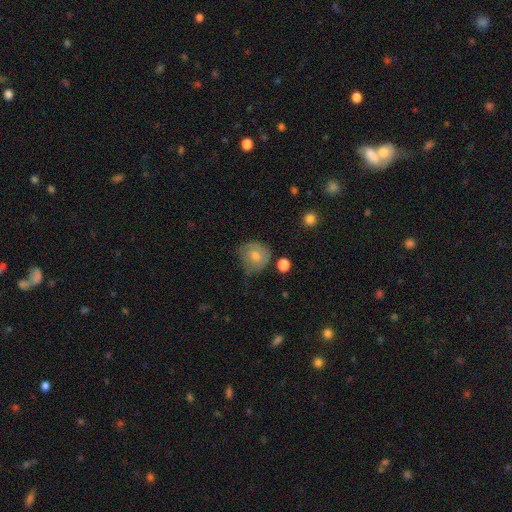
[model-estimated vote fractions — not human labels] Smooth or featured? smooth (49%)
Merging? none (54%)